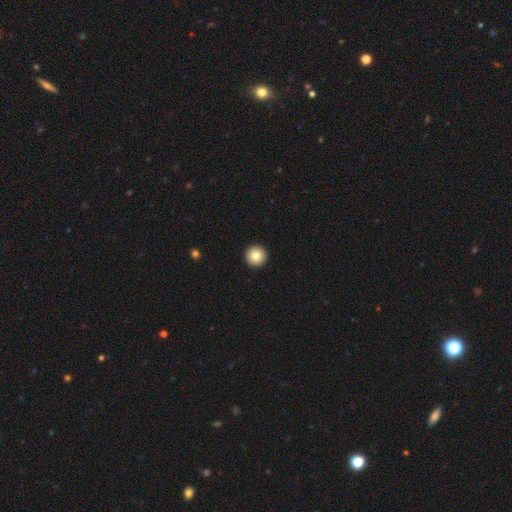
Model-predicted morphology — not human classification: smooth-or-featured: smooth: 83% | featured or disk: 9% | star or artifact: 9%
  how-rounded: round: 97% | in between: 2% | cigar-shaped: 1%
  merging: none: 95% | minor disturbance: 3% | major disturbance: 1% | merger: 1%